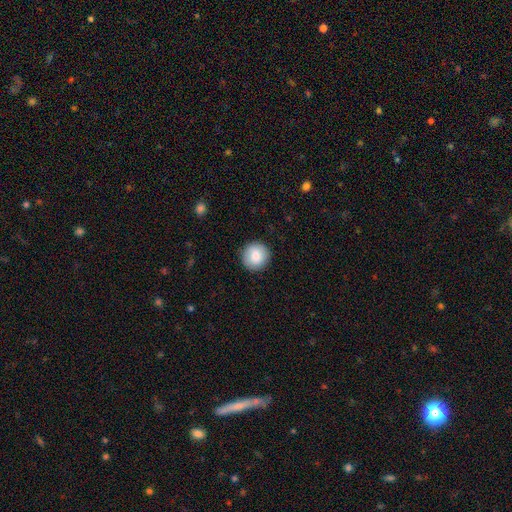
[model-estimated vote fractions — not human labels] Smooth or featured? Predicted: smooth (p=0.83). How rounded? Predicted: round (p=0.95). Merging? Predicted: none (p=0.91).